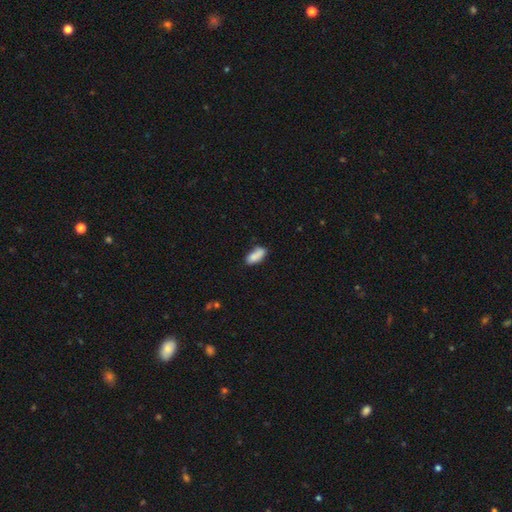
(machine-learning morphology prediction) smooth 86%, star or artifact 7%, featured or disk 6%. Down the decision tree: how rounded — in between (82%); merging — none (70%).